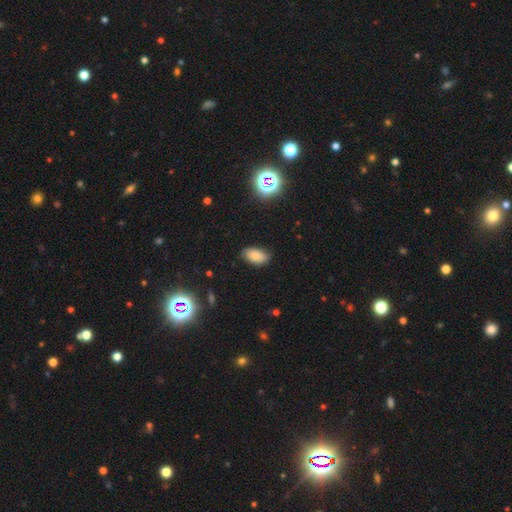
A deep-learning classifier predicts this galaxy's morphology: Smooth or featured? Predicted: smooth (p=0.77). How rounded? Predicted: in between (p=0.93). Merging? Predicted: none (p=0.76).